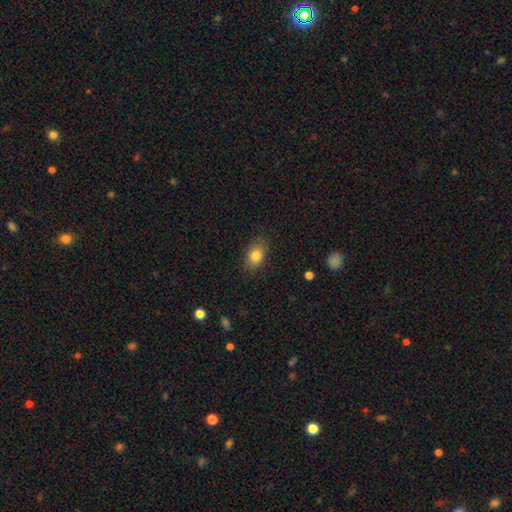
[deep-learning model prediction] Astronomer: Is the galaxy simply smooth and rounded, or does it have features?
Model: smooth — 82%.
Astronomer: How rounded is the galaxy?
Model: in between — 79%.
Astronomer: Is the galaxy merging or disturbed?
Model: none — 82%.